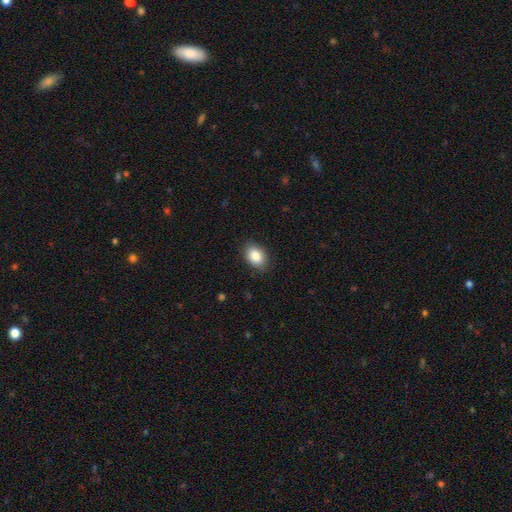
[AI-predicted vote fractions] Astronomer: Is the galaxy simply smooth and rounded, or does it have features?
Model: smooth — 86%.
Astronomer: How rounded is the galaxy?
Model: in between — 78%.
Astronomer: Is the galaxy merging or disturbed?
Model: none — 86%.